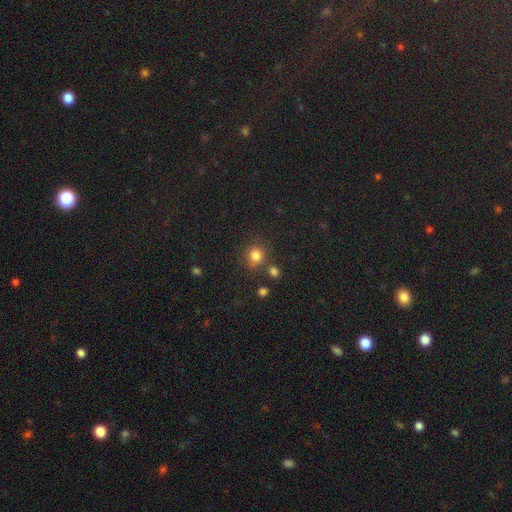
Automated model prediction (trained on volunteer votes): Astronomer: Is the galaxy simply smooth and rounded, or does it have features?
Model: smooth — 80%.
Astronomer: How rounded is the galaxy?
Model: round — 81%.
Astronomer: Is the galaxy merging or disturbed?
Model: none — 69%.